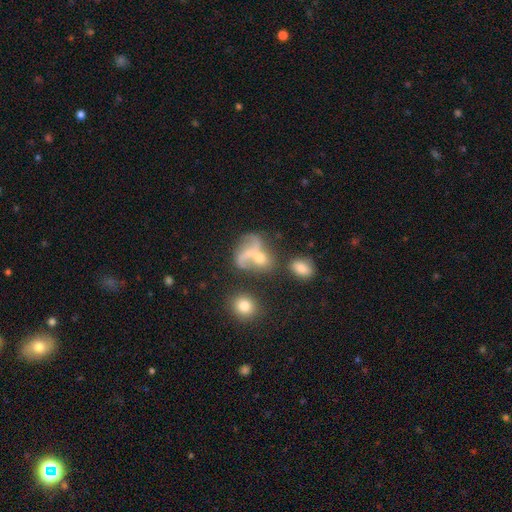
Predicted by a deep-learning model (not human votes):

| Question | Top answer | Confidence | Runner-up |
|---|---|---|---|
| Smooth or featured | featured or disk | 53% | smooth (33%) |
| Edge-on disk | no | 96% | yes (4%) |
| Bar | no | 64% | weak (28%) |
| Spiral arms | yes | 69% | no (31%) |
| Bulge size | small | 41% | moderate (38%) |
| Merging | merger | 36% | none (28%) |